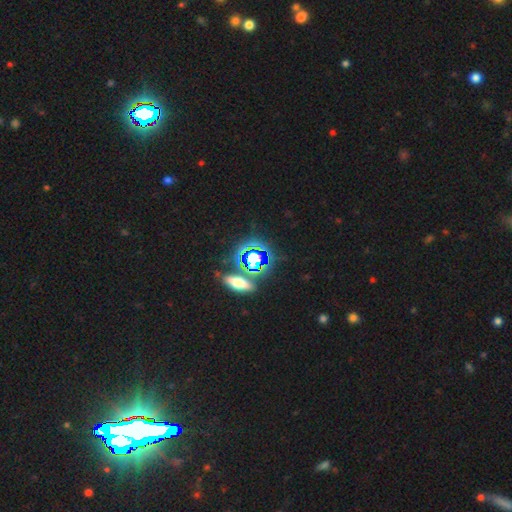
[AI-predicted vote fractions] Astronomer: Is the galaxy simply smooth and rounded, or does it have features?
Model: star or artifact — 66%.